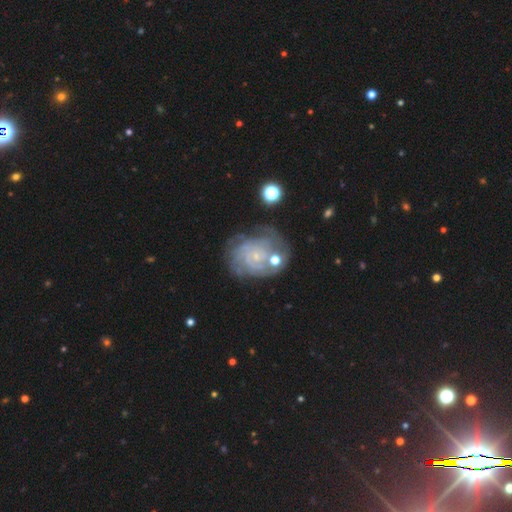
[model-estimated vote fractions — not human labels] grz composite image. It shows a featured or disk galaxy (83%) with no bar (76%), tight (72%) spiral arms (94%) and a small central bulge (82%). Merging: none (59%).